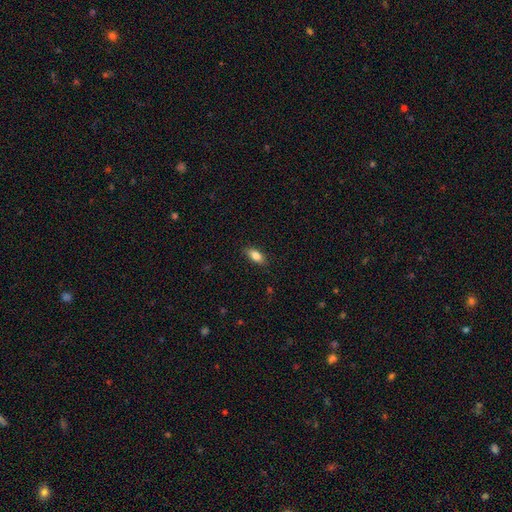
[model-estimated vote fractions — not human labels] smooth-or-featured: smooth: 82% | featured or disk: 10% | star or artifact: 8%
  how-rounded: in between: 85% | cigar-shaped: 10% | round: 4%
  merging: none: 85% | minor disturbance: 11% | major disturbance: 2% | merger: 1%